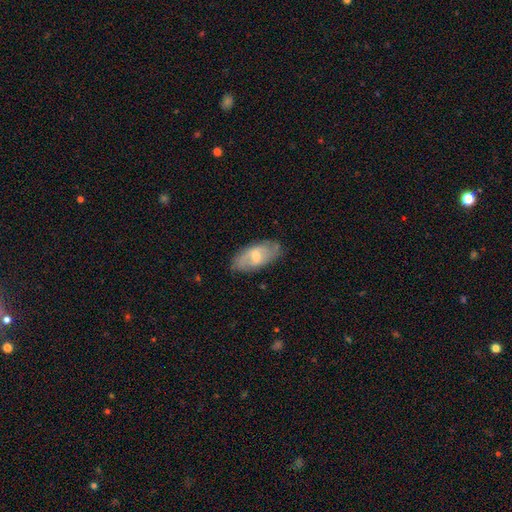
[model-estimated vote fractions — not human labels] Q: Smooth or featured?
A: featured or disk (49%); runner-up: smooth (45%)
Q: Merging?
A: none (76%); runner-up: minor disturbance (19%)